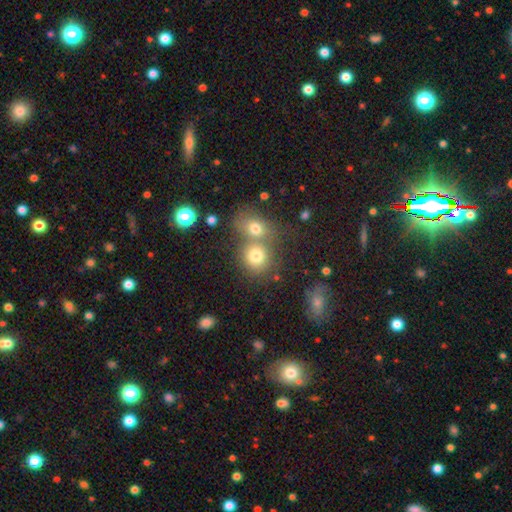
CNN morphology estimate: type=smooth (75%); roundness=round (78%); merging=merger (46%).